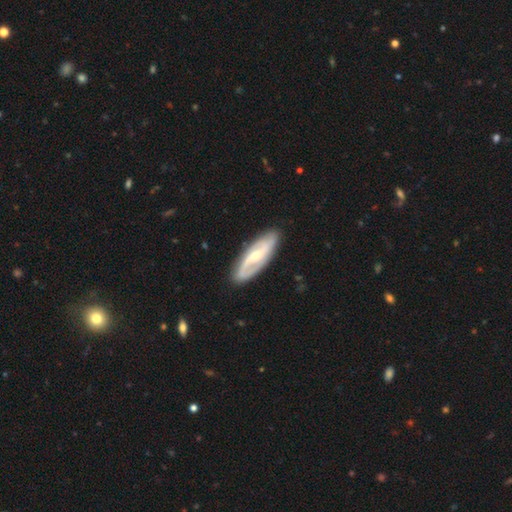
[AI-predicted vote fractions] Smooth or featured? featured or disk (79%)
Edge-on disk? no (89%)
Bar? weak (45%)
Spiral arms? yes (93%)
Spiral winding? medium (43%)
Spiral arm count? 2 (85%)
Bulge size? small (51%)
Merging? none (85%)